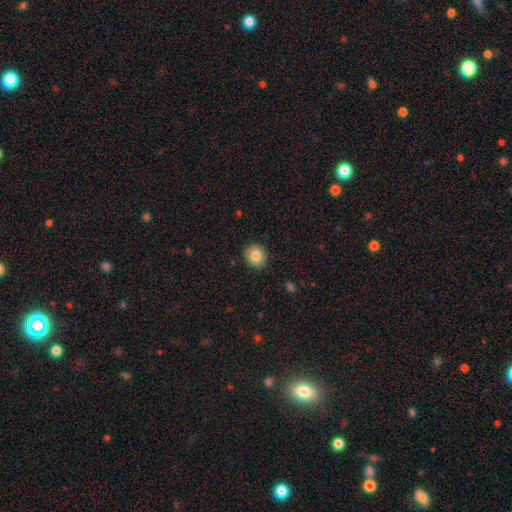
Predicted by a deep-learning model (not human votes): Overall: smooth (83%). How rounded: round (83%). Merging: none (90%).